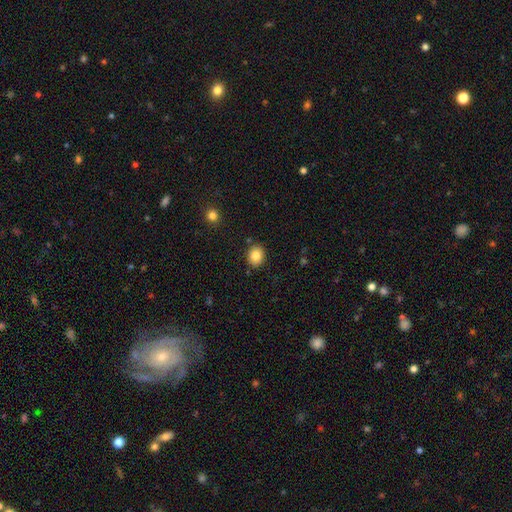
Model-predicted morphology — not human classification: Overall: smooth (84%). How rounded: round (67%; in between 32%). Merging: none (87%).